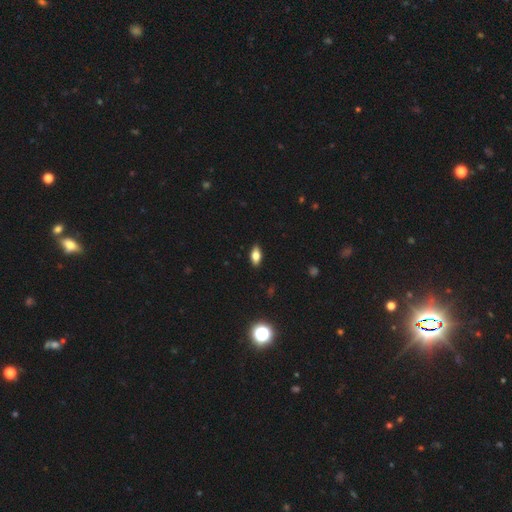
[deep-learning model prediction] smooth 72%, featured or disk 18%, star or artifact 9%. Down the decision tree: how rounded — in between (86%); merging — none (89%).